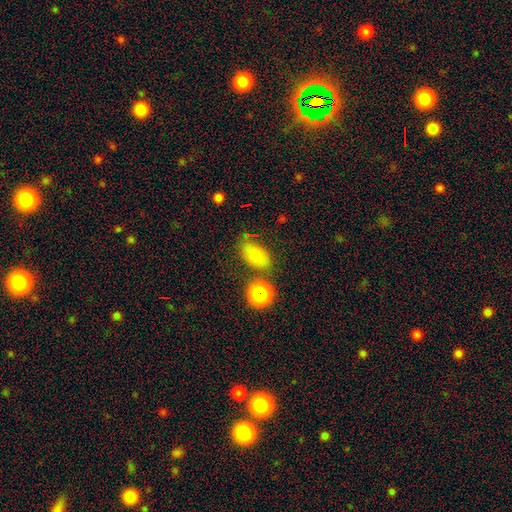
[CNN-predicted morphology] Smooth or featured: smooth — 72% (featured or disk — 15%)
How rounded: in between — 82% (round — 15%)
Merging: none — 71% (minor disturbance — 15%)